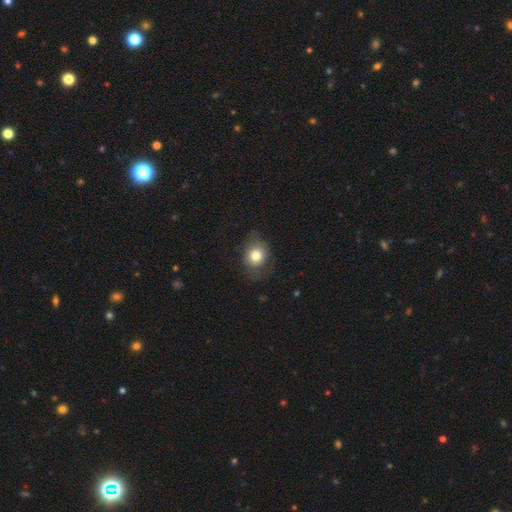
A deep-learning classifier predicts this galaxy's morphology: The model was most divided on "how rounded": round: 61%, in between: 38%, cigar-shaped: 1%. More confident: smooth or featured — smooth (76%); merging — none (63%).